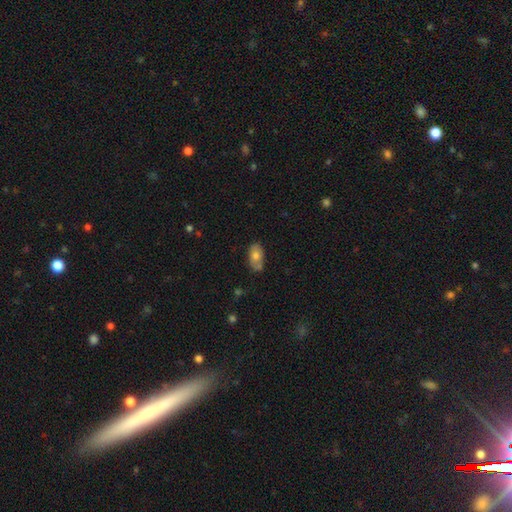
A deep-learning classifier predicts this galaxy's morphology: This is likely a smooth galaxy (70%). How rounded: clearly in between (92%). Merging: likely none (68%).